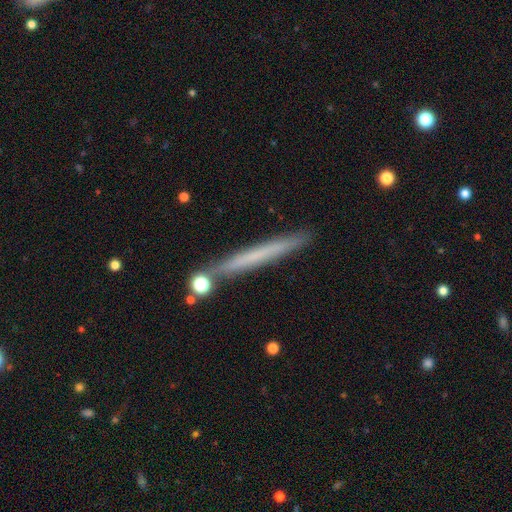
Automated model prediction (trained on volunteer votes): smooth-or-featured: smooth: 53% | featured or disk: 40% | star or artifact: 8%
  how-rounded: cigar-shaped: 97% | in between: 2% | round: 1%
  merging: none: 86% | minor disturbance: 9% | merger: 4% | major disturbance: 2%